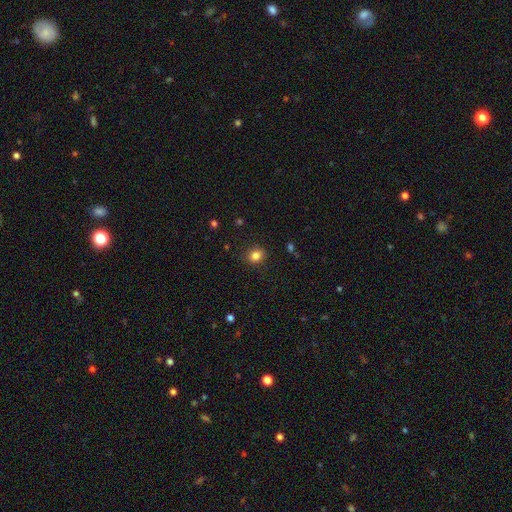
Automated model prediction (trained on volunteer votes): Smooth or featured? Predicted: smooth (p=0.82). How rounded? Predicted: round (p=0.73). Merging? Predicted: none (p=0.89).